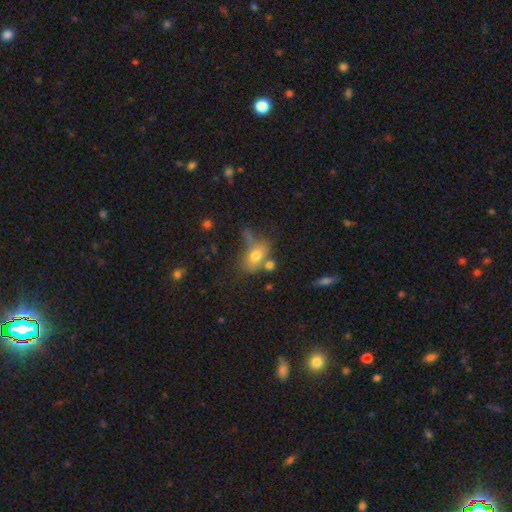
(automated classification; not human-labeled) This is likely a smooth galaxy (69%). How rounded: likely in between (77%). Merging: marginally none (39%).